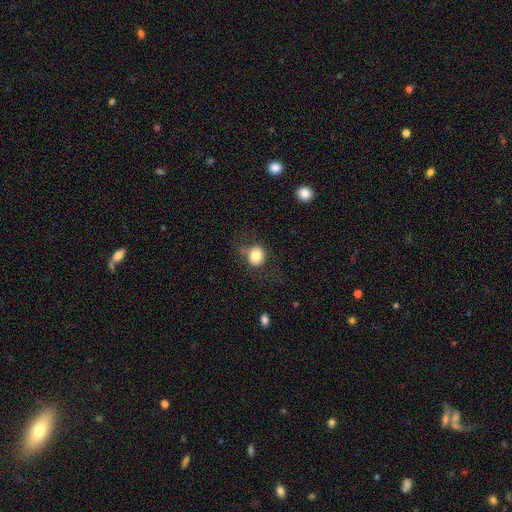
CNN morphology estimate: Overall: smooth (78%). How rounded: round (84%). Merging: none (73%).